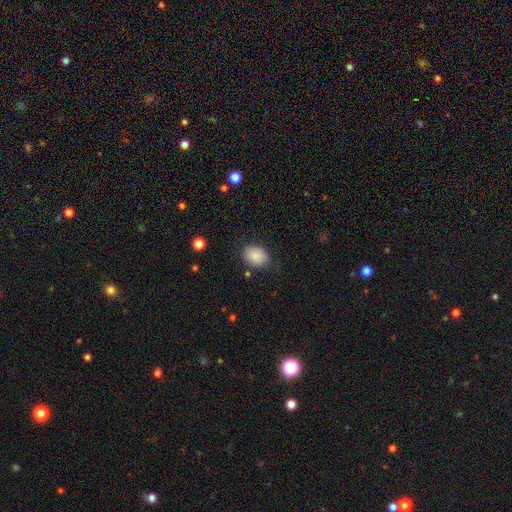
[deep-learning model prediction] Smooth or featured? smooth (87%)
How rounded? in between (70%)
Merging? none (79%)